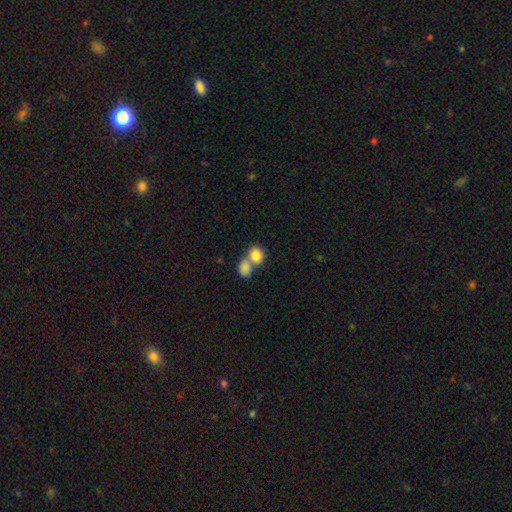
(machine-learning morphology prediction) Overall: smooth (84%). How rounded: round (65%; in between 34%). Merging: merger (61%; none 30%).